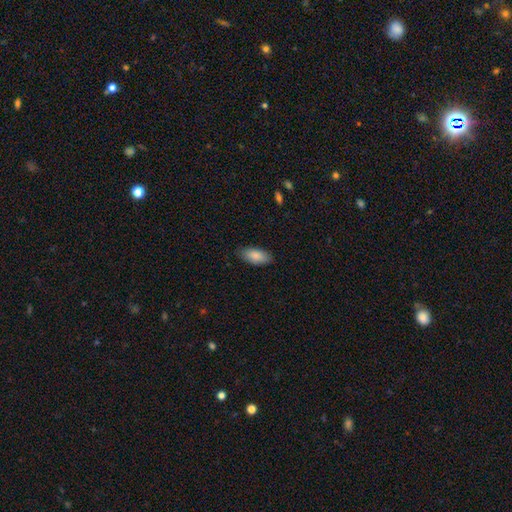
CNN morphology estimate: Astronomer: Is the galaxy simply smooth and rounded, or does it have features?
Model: smooth — 87%.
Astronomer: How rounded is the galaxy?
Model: in between — 89%.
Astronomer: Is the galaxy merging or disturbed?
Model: none — 84%.